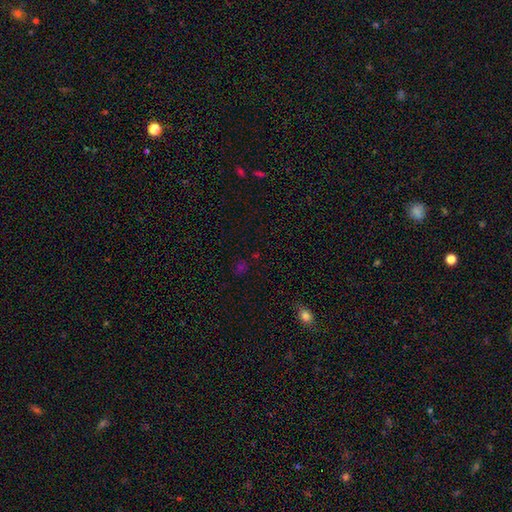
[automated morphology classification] A star or artifact, not a galaxy (47%).

Vote fractions:
- Smooth or featured? star or artifact: 47% / smooth: 46% / featured or disk: 7%